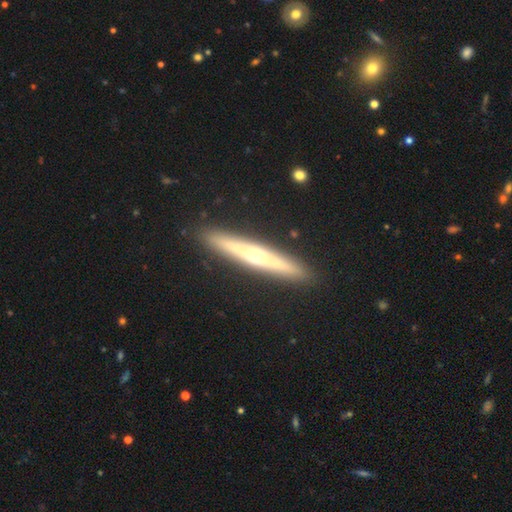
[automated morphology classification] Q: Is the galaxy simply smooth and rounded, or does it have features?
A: featured or disk — 63%.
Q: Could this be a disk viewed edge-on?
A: yes — 94%.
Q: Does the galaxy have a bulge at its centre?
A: rounded — 82%.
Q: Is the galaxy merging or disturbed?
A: none — 91%.